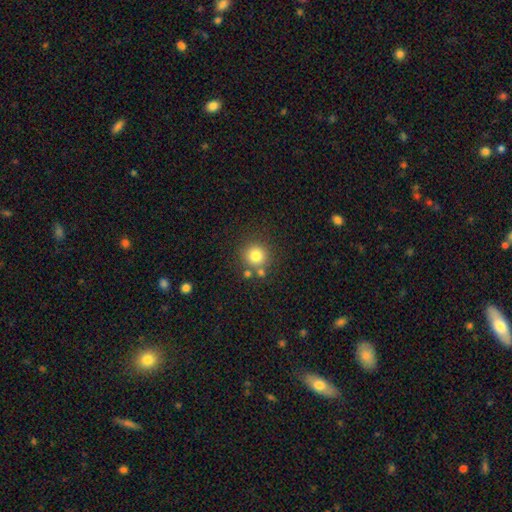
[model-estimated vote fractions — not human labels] Smooth or featured: smooth — 80% (star or artifact — 12%)
How rounded: round — 92% (in between — 7%)
Merging: none — 75% (merger — 12%)